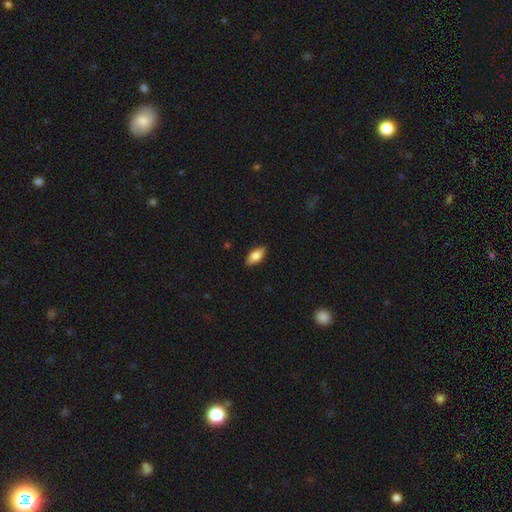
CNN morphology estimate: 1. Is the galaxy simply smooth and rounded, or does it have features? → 76% smooth, 18% featured or disk, 6% star or artifact.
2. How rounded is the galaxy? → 84% in between, 13% cigar-shaped, 3% round.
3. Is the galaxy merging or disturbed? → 88% none, 9% minor disturbance, 2% major disturbance, 1% merger.